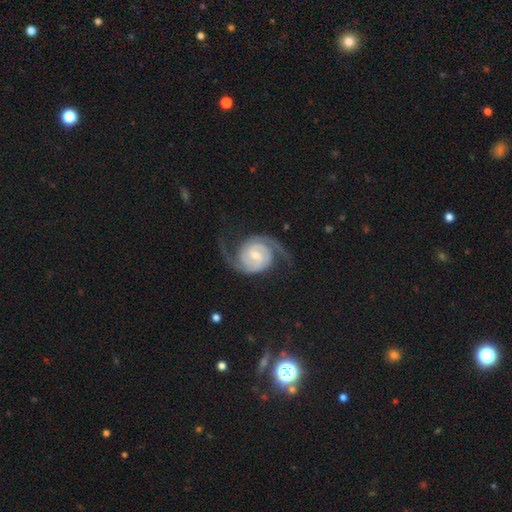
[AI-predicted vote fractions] Smooth or featured: featured or disk — 92% (smooth — 4%)
Edge-on disk: no — 98% (yes — 2%)
Bar: no — 46% (weak — 42%)
Spiral arms: yes — 98% (no — 2%)
Spiral winding: medium — 42% (tight — 41%)
Spiral arm count: 2 — 91% (3 — 3%)
Bulge size: small — 53% (moderate — 39%)
Merging: none — 75% (minor disturbance — 13%)